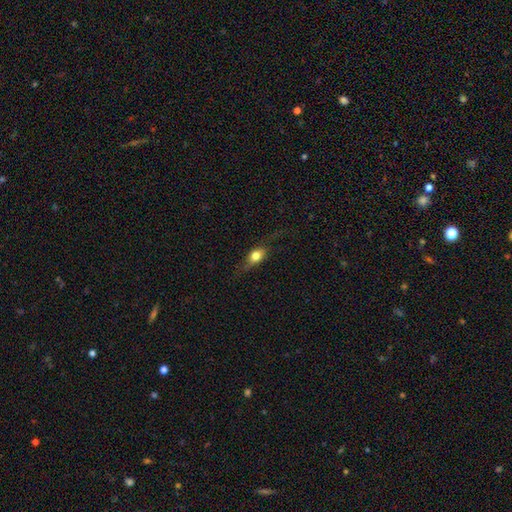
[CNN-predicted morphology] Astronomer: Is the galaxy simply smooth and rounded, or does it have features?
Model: smooth — 60%.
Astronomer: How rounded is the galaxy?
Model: in between — 61%.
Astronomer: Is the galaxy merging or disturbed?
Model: none — 65%.